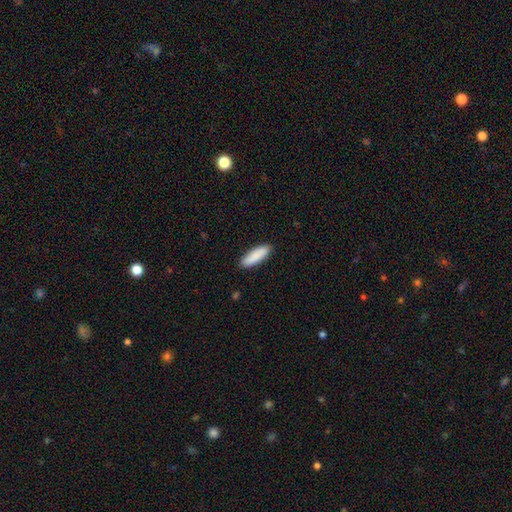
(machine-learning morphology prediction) smooth_or_featured: smooth (p=0.88) [alt: featured or disk p=0.06]
how_rounded: cigar-shaped (p=0.51) [alt: in between p=0.48]
merging: none (p=0.89) [alt: minor disturbance p=0.08]